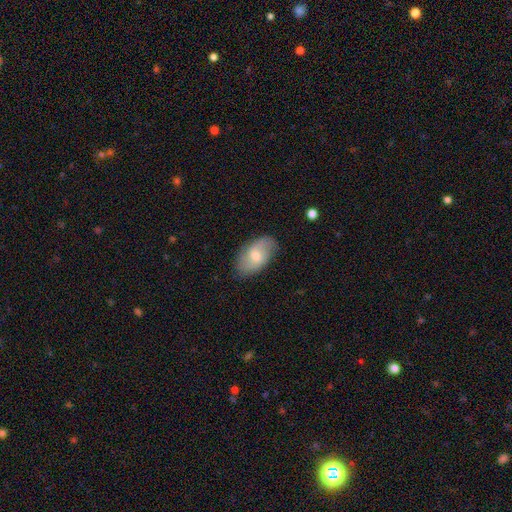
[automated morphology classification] Smooth or featured? Predicted: smooth (p=0.57). How rounded? Predicted: in between (p=0.93). Merging? Predicted: none (p=0.78).